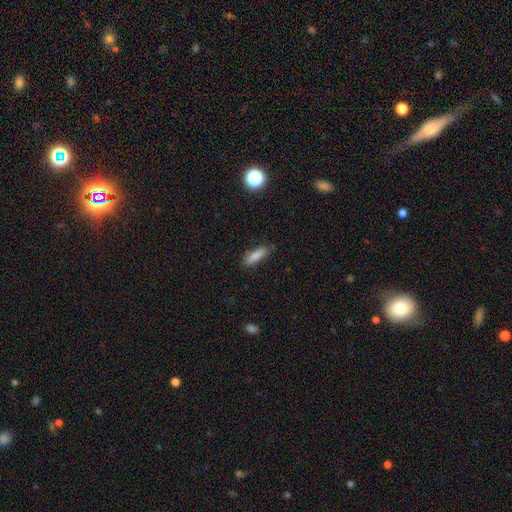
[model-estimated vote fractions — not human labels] The model was most divided on "how rounded": cigar-shaped: 61%, in between: 37%, round: 2%. More confident: merging — none (83%); smooth or featured — smooth (82%).